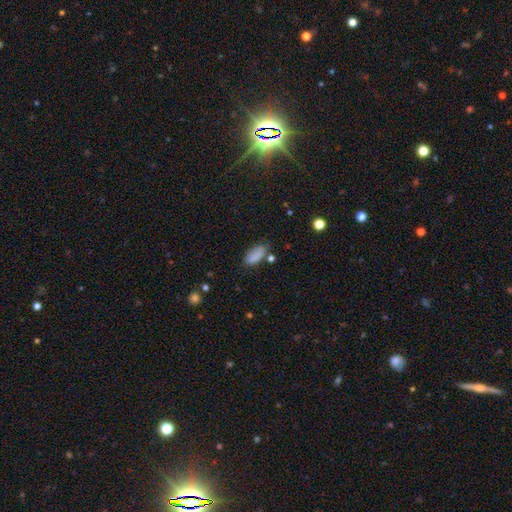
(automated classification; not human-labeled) A smooth galaxy with no disk features (84%) that is in between round and cigar-shaped (89%).

Vote fractions:
- Smooth or featured? smooth: 84% / star or artifact: 9% / featured or disk: 7%
- How rounded? in between: 89% / cigar-shaped: 8% / round: 3%
- Merging? none: 68% / minor disturbance: 21% / major disturbance: 6% / merger: 5%